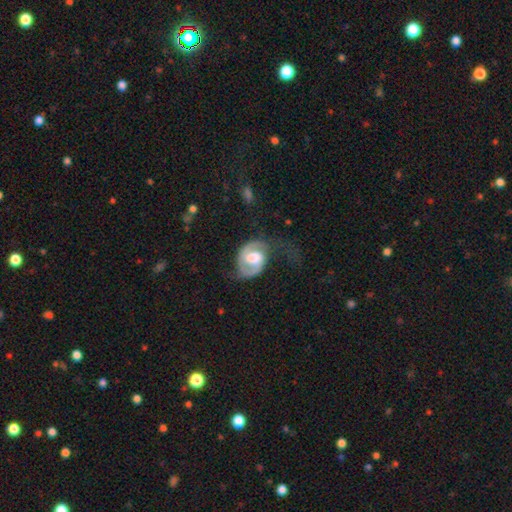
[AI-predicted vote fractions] Overall: featured or disk (77%). Edge-on disk: no (97%). Bar: weak (44%; no 41%). Spiral arms: yes (90%). Spiral arm count: 2 (79%). Spiral winding: medium (46%; tight 27%). Bulge size: moderate (46%; large 39%). Merging: none (43%; major disturbance 29%).